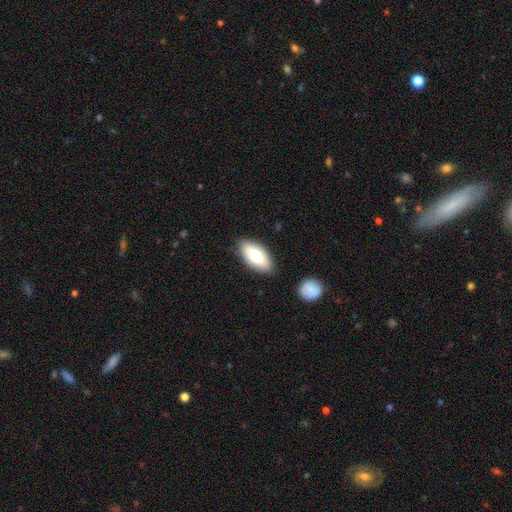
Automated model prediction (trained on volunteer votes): smooth 75%, featured or disk 18%, star or artifact 6%. Down the decision tree: how rounded — in between (90%); merging — none (83%).